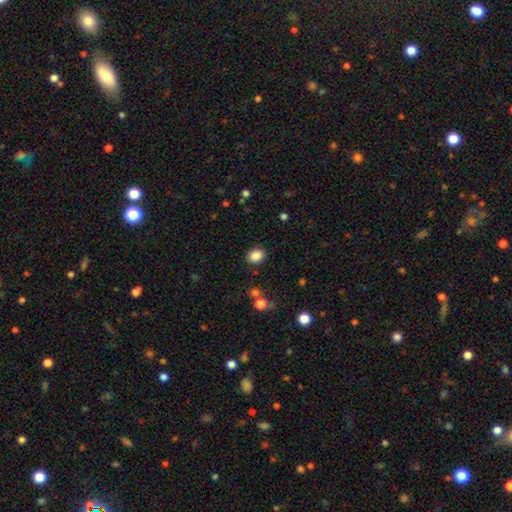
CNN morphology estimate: Smooth or featured? smooth (86%)
How rounded? in between (51%)
Merging? none (87%)